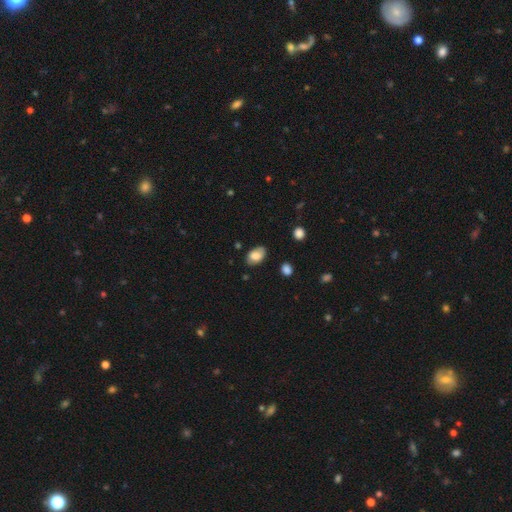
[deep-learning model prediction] smooth_or_featured: smooth (p=0.80) [alt: featured or disk p=0.13]
how_rounded: in between (p=0.89) [alt: round p=0.10]
merging: none (p=0.74) [alt: minor disturbance p=0.20]